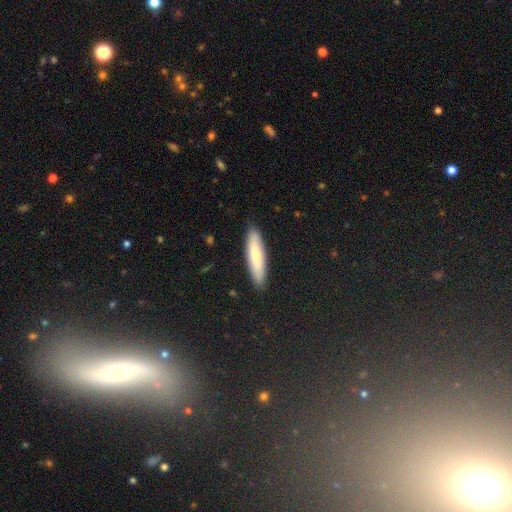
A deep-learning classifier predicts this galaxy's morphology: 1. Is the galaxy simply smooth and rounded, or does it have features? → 75% smooth, 20% featured or disk, 6% star or artifact.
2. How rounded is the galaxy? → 73% cigar-shaped, 25% in between, 1% round.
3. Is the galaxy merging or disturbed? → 89% none, 9% minor disturbance, 2% major disturbance, 1% merger.